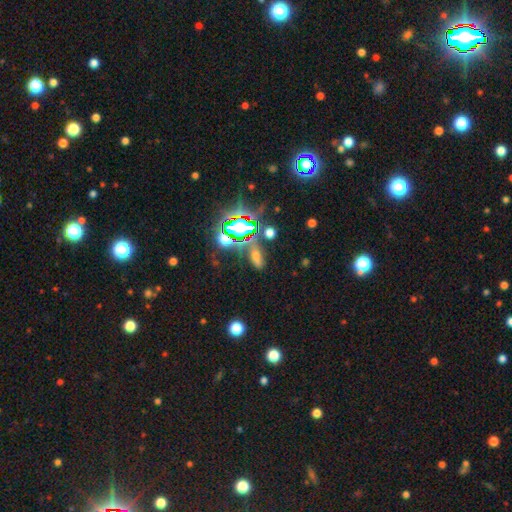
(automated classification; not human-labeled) Smooth or featured? Predicted: star or artifact (p=0.47).